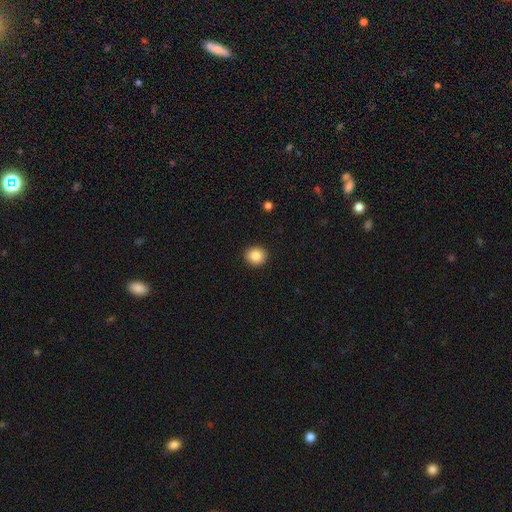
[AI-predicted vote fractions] Overall: smooth (86%). How rounded: round (88%). Merging: none (92%).